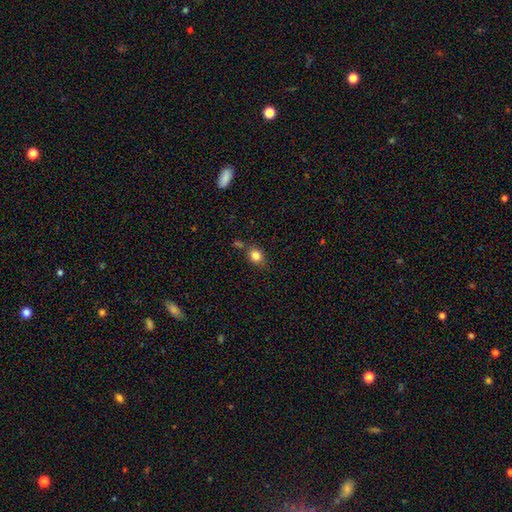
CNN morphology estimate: smooth-or-featured: smooth: 83% | star or artifact: 11% | featured or disk: 6%
  how-rounded: round: 61% | in between: 38% | cigar-shaped: 1%
  merging: none: 72% | minor disturbance: 14% | merger: 10% | major disturbance: 4%